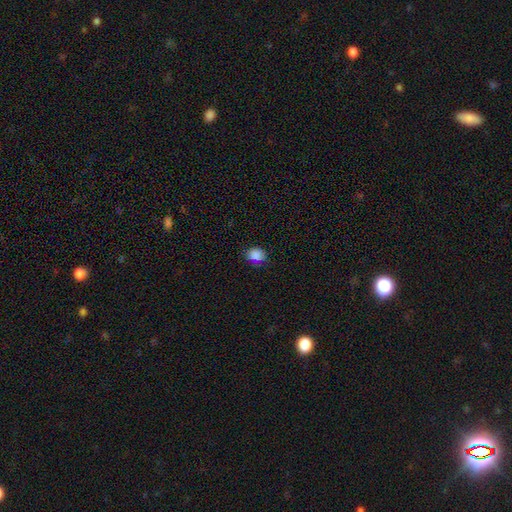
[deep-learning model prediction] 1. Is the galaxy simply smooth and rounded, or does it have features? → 83% smooth, 13% star or artifact, 4% featured or disk.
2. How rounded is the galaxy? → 61% round, 38% in between, 1% cigar-shaped.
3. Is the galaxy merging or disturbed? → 79% none, 16% minor disturbance, 3% major disturbance, 2% merger.